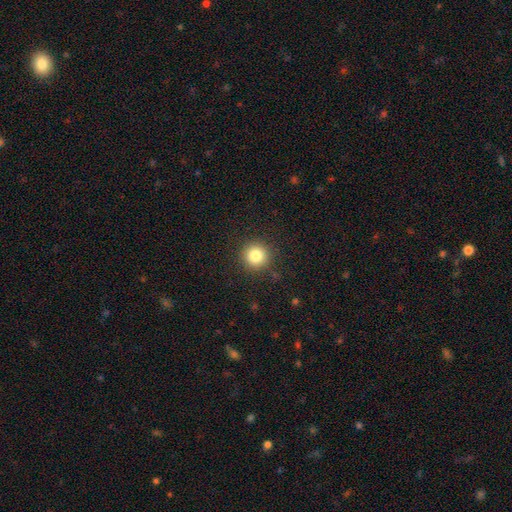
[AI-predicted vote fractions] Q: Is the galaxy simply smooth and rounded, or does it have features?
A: smooth — 83%.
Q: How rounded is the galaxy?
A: round — 95%.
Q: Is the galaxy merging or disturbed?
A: none — 91%.